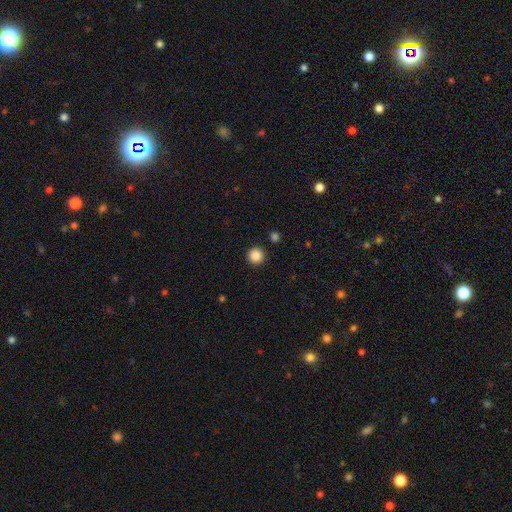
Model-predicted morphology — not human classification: type=smooth (87%); roundness=round (96%); merging=none (91%).